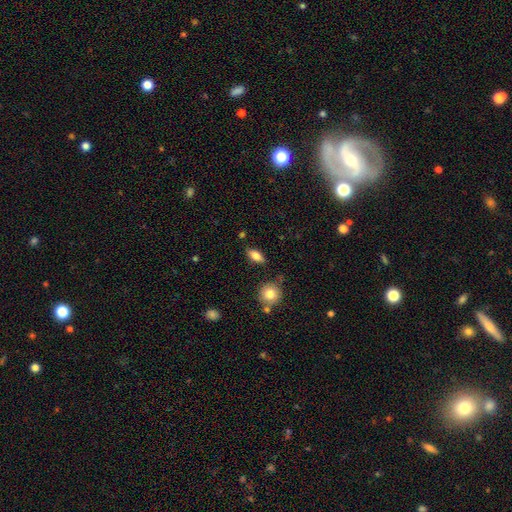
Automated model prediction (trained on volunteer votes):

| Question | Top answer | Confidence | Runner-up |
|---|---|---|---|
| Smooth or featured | smooth | 81% | featured or disk (11%) |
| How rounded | in between | 83% | cigar-shaped (12%) |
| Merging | none | 81% | minor disturbance (13%) |